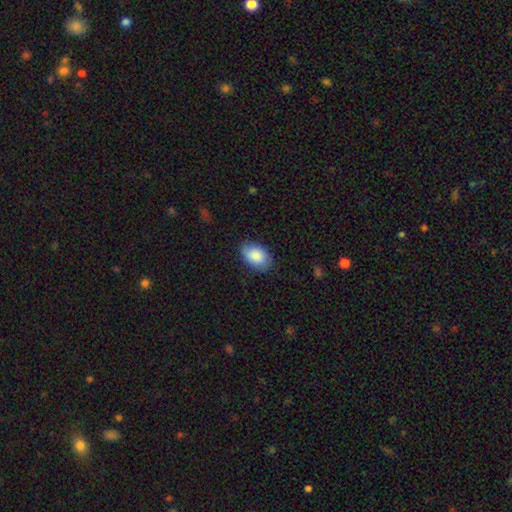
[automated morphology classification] Smooth or featured? smooth (83%)
How rounded? in between (90%)
Merging? none (77%)